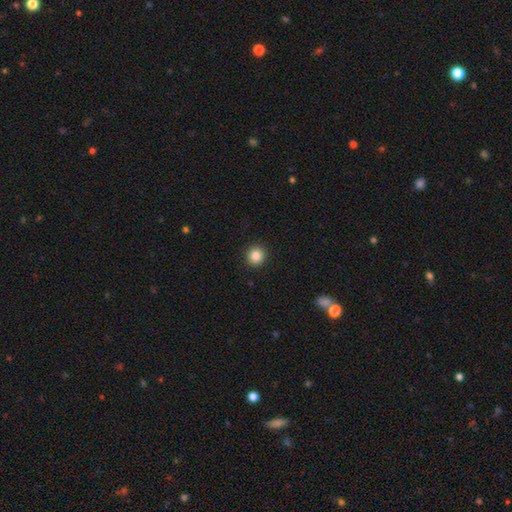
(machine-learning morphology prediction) Smooth or featured? Predicted: smooth (p=0.86). How rounded? Predicted: round (p=0.94). Merging? Predicted: none (p=0.93).